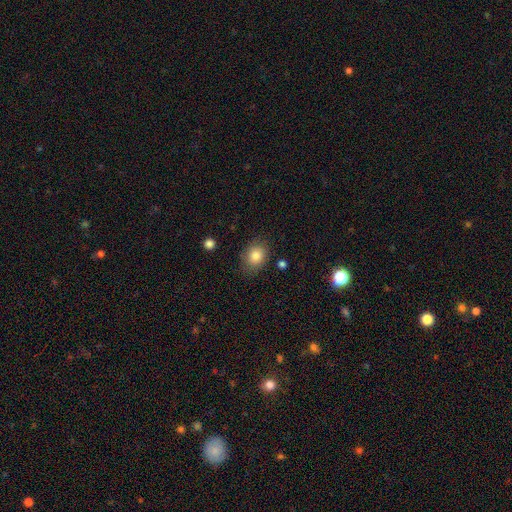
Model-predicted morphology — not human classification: Q: Smooth or featured?
A: smooth (83%); runner-up: star or artifact (9%)
Q: How rounded?
A: in between (52%); runner-up: round (47%)
Q: Merging?
A: none (80%); runner-up: minor disturbance (14%)